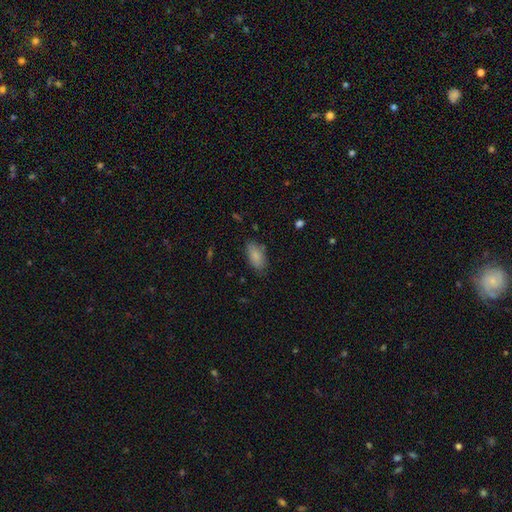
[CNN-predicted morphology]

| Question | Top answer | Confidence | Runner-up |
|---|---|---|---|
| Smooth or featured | smooth | 85% | featured or disk (8%) |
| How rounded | in between | 91% | cigar-shaped (6%) |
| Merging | none | 77% | minor disturbance (17%) |